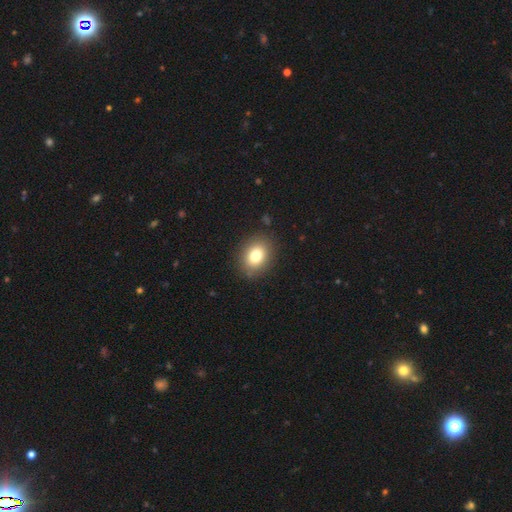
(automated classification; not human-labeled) smooth_or_featured: smooth (p=0.80) [alt: star or artifact p=0.10]
how_rounded: in between (p=0.58) [alt: round p=0.41]
merging: none (p=0.87) [alt: minor disturbance p=0.09]